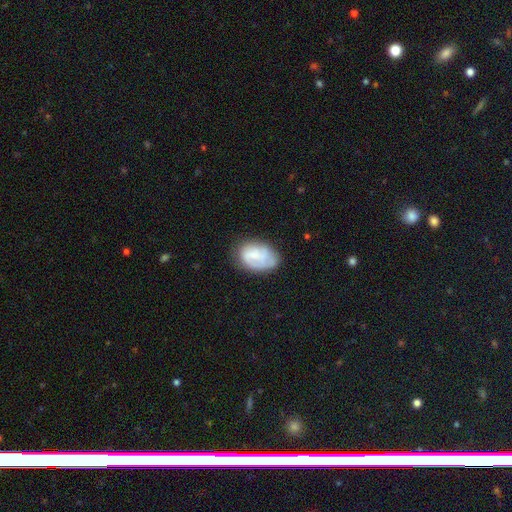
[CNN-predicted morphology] Smooth or featured? Predicted: smooth (p=0.54). How rounded? Predicted: in between (p=0.84). Merging? Predicted: none (p=0.58).